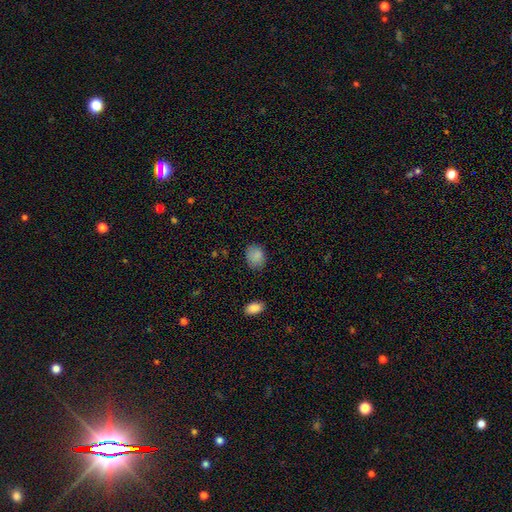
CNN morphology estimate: Overall: smooth (86%). How rounded: in between (64%; round 35%). Merging: none (79%).